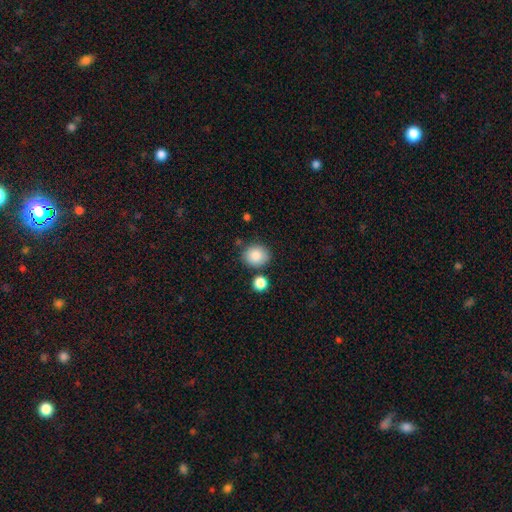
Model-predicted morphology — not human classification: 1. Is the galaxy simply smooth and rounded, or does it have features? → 87% smooth, 8% star or artifact, 5% featured or disk.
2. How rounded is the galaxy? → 72% round, 27% in between, 1% cigar-shaped.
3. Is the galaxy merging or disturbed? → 78% none, 12% minor disturbance, 7% merger, 3% major disturbance.